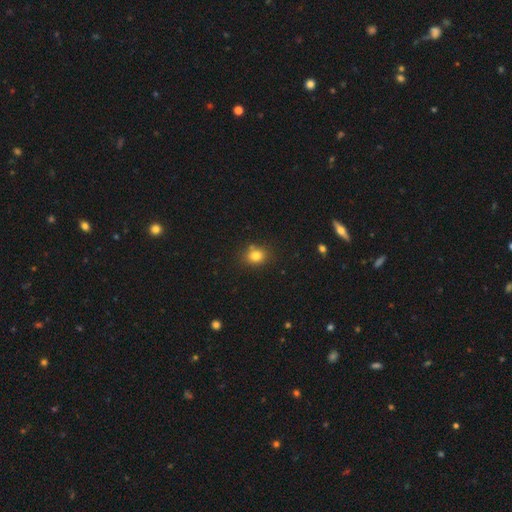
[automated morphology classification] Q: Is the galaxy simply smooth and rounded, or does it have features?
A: smooth — 81%.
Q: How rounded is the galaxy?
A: round — 65%.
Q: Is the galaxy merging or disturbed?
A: none — 78%.